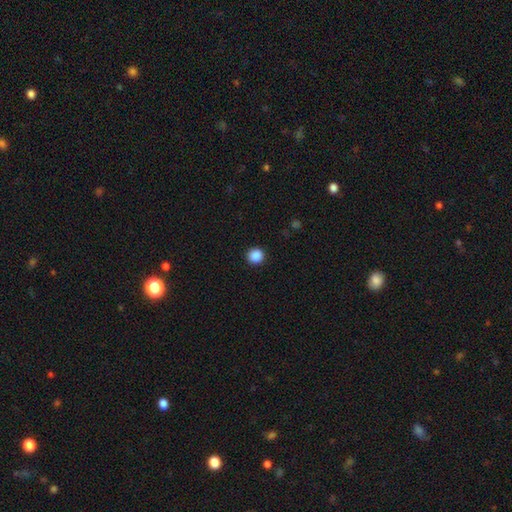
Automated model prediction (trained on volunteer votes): Smooth or featured?
  - smooth: 88% *
  - star or artifact: 10%
  - featured or disk: 2%
How rounded?
  - round: 94% *
  - in between: 5%
  - cigar-shaped: 1%
Merging?
  - none: 93% *
  - minor disturbance: 5%
  - major disturbance: 2%
  - merger: 1%